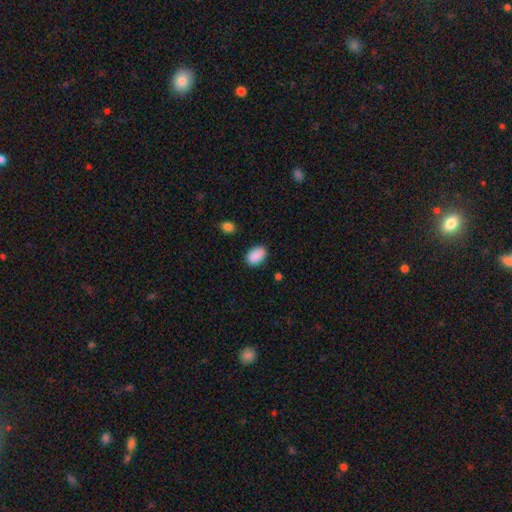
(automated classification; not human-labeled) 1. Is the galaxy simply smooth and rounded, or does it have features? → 90% smooth, 8% star or artifact, 3% featured or disk.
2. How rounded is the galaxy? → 86% in between, 13% round, 1% cigar-shaped.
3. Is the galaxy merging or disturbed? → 84% none, 12% minor disturbance, 3% major disturbance, 2% merger.